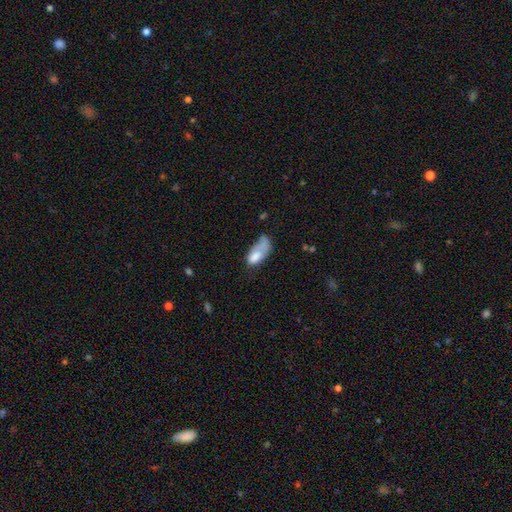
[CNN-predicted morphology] Smooth or featured? smooth (70%)
How rounded? in between (88%)
Merging? major disturbance (36%)